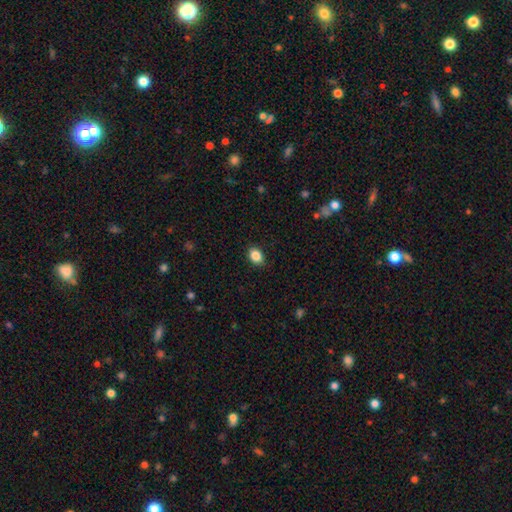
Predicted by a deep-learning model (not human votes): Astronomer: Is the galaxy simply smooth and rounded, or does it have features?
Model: smooth — 87%.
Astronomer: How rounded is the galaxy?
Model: in between — 74%.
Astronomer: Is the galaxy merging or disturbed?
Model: none — 87%.